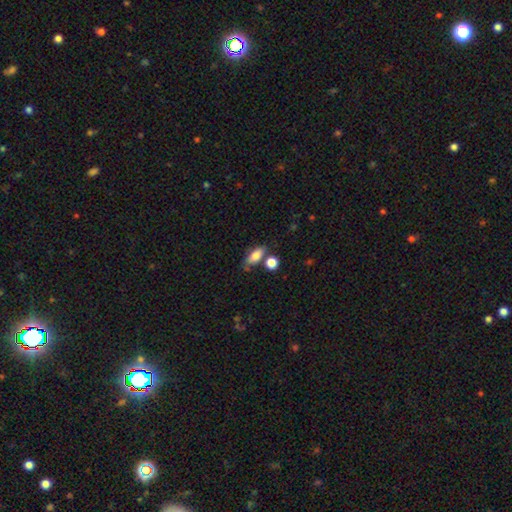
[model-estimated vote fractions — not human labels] Smooth or featured? smooth (80%)
How rounded? in between (79%)
Merging? none (65%)